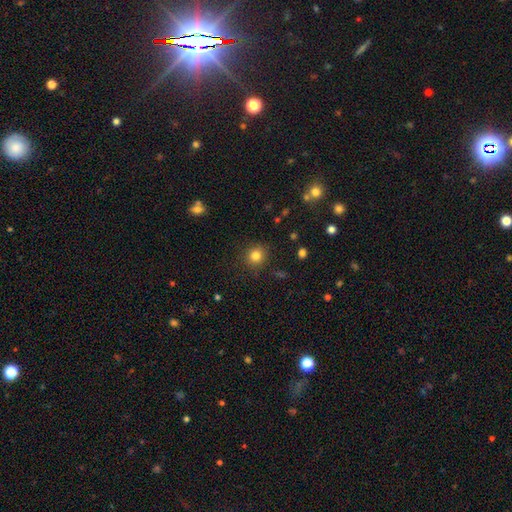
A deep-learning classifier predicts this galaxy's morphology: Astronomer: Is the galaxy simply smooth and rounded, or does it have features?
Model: smooth — 83%.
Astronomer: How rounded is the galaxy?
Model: round — 87%.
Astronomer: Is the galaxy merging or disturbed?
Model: none — 88%.